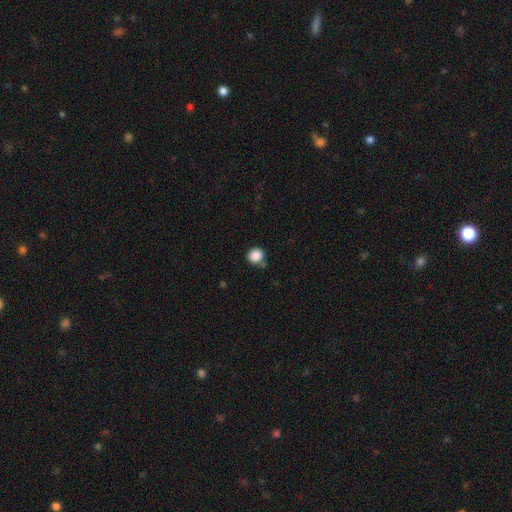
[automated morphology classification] This appears to be a smooth galaxy with no disk features (87%) that is round (89%). Merging: none (73%).